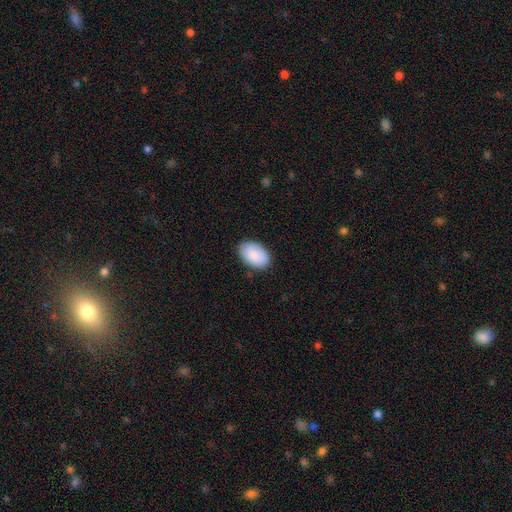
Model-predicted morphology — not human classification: The model was most divided on "merging": none: 85%, minor disturbance: 12%, major disturbance: 2%, merger: 1%. More confident: how rounded — in between (92%); smooth or featured — smooth (88%).